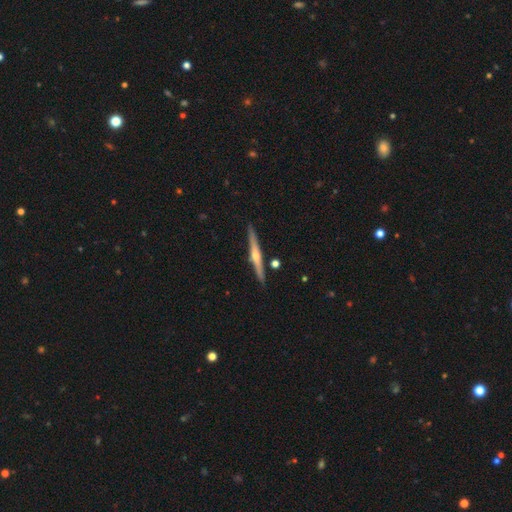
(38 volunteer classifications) Smooth or featured? featured or disk (82%)
Edge-on disk? yes (97%)
Edge-on bulge? rounded (73%)
Merging? none (86%)